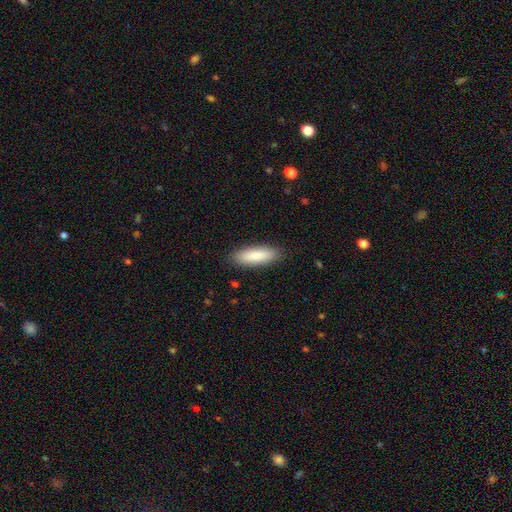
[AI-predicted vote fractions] Smooth or featured? smooth (85%)
How rounded? cigar-shaped (51%)
Merging? none (88%)